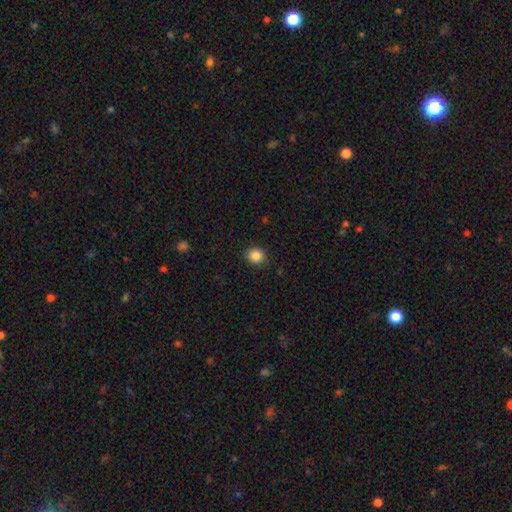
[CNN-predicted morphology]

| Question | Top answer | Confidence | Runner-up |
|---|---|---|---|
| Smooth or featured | smooth | 87% | star or artifact (10%) |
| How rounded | round | 82% | in between (17%) |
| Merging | none | 89% | minor disturbance (8%) |